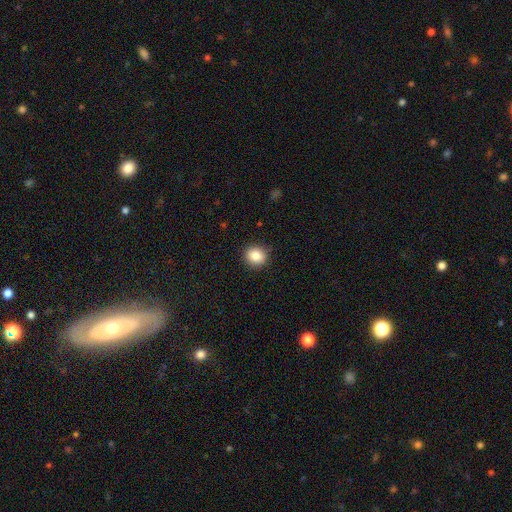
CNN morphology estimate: Smooth or featured? Predicted: smooth (p=0.84). How rounded? Predicted: round (p=0.82). Merging? Predicted: none (p=0.89).